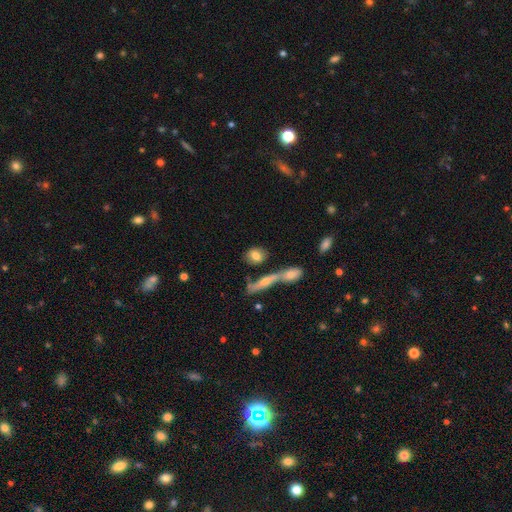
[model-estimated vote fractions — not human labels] Smooth or featured?
  - smooth: 72% *
  - featured or disk: 19%
  - star or artifact: 8%
How rounded?
  - in between: 55% *
  - round: 34%
  - cigar-shaped: 11%
Merging?
  - none: 57% *
  - merger: 29%
  - minor disturbance: 10%
  - major disturbance: 4%